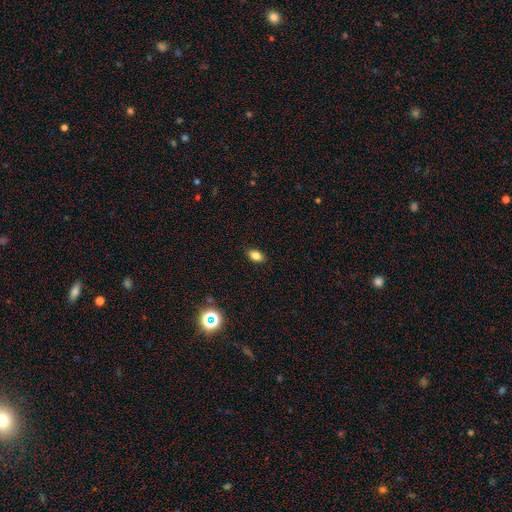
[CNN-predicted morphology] Overall: smooth (83%). How rounded: in between (87%). Merging: none (88%).